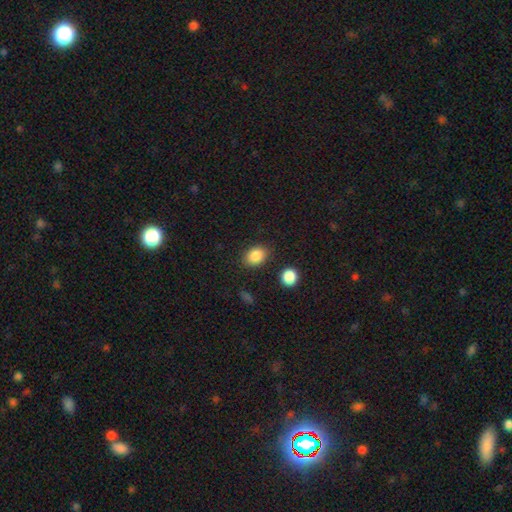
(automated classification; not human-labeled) The model was most divided on "how rounded": in between: 66%, round: 33%, cigar-shaped: 1%. More confident: smooth or featured — smooth (87%); merging — none (82%).